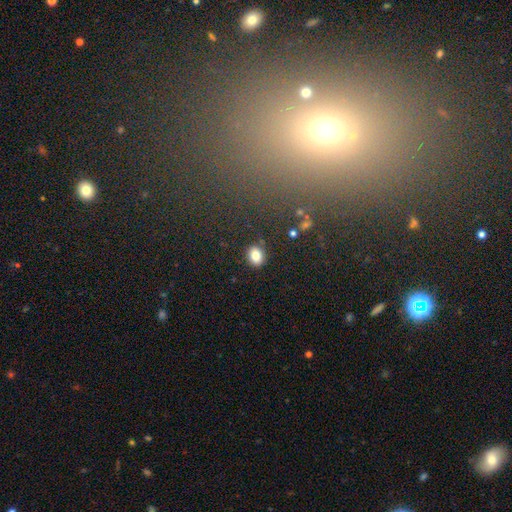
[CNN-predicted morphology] This appears to be a smooth galaxy with no disk features (82%) that is round (51%). Merging: none (86%).